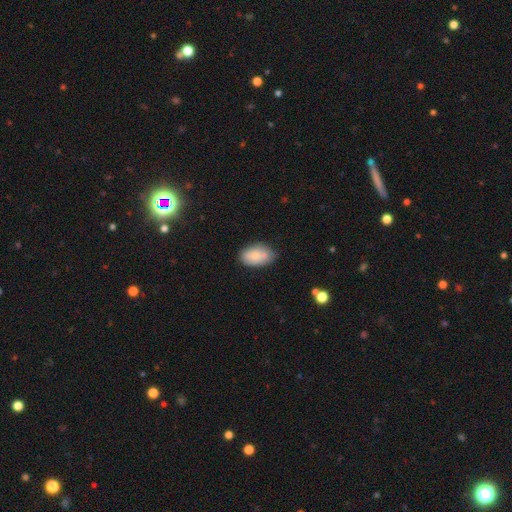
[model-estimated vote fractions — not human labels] Smooth or featured? Predicted: smooth (p=0.75). How rounded? Predicted: in between (p=0.92). Merging? Predicted: none (p=0.68).